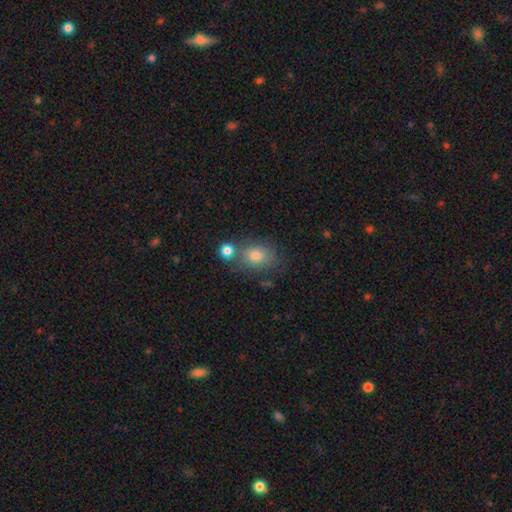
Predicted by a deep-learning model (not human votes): smooth_or_featured: smooth (p=0.76) [alt: star or artifact p=0.12]
how_rounded: in between (p=0.57) [alt: round p=0.42]
merging: none (p=0.61) [alt: merger p=0.20]